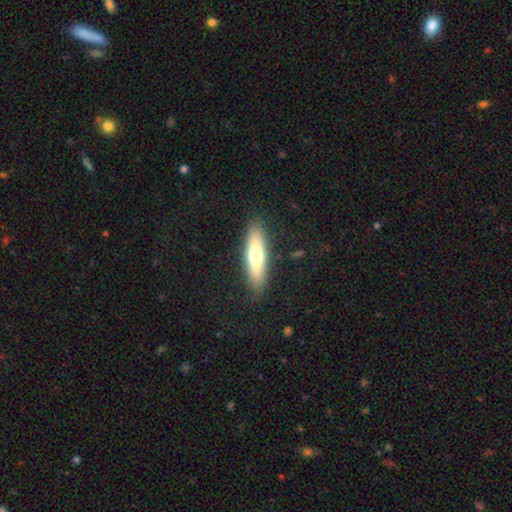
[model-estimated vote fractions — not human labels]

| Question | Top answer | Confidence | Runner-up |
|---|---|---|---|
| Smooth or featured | smooth | 65% | featured or disk (29%) |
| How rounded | cigar-shaped | 65% | in between (33%) |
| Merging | none | 87% | minor disturbance (9%) |